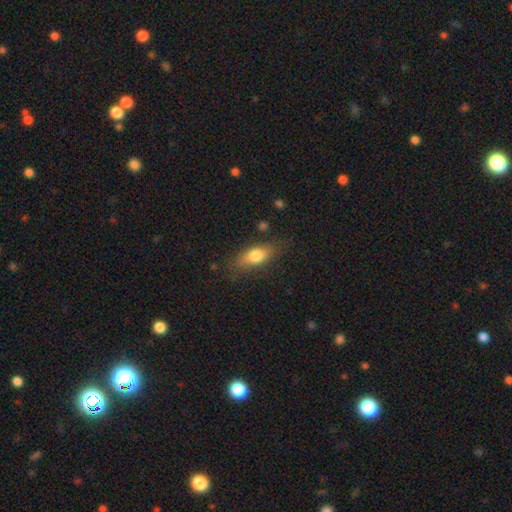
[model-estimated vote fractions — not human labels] Q: Smooth or featured?
A: smooth (72%); runner-up: featured or disk (21%)
Q: How rounded?
A: in between (72%); runner-up: cigar-shaped (23%)
Q: Merging?
A: none (75%); runner-up: minor disturbance (18%)